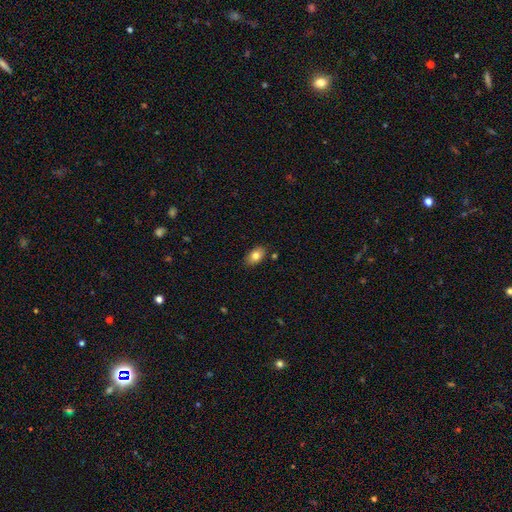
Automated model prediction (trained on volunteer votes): The model was most divided on "smooth or featured": smooth: 81%, featured or disk: 11%, star or artifact: 8%. More confident: how rounded — in between (88%); merging — none (83%).